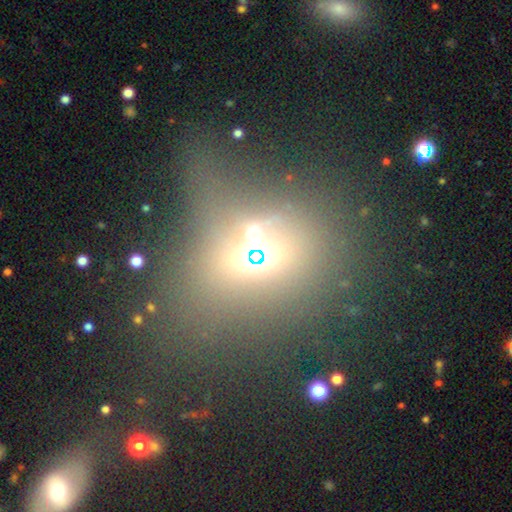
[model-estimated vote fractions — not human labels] Smooth or featured? Predicted: smooth (p=0.45). Merging? Predicted: none (p=0.56).